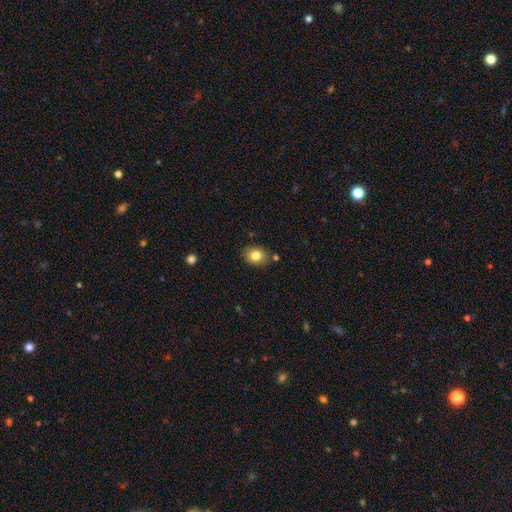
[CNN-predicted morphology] smooth-or-featured: smooth: 83% | star or artifact: 9% | featured or disk: 8%
  how-rounded: round: 50% | in between: 49% | cigar-shaped: 1%
  merging: none: 82% | minor disturbance: 11% | merger: 4% | major disturbance: 3%